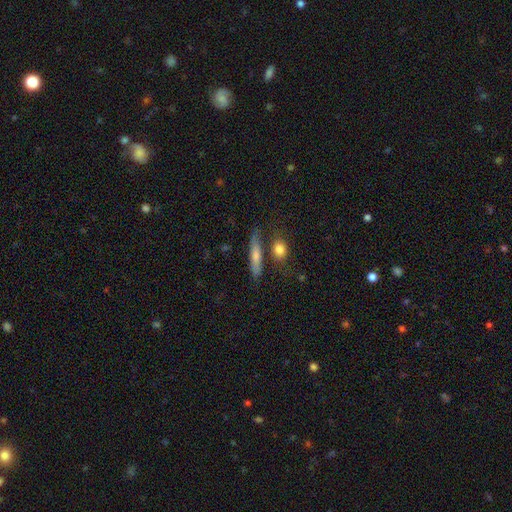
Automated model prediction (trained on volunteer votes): Overall: smooth (55%; featured or disk 37%). How rounded: cigar-shaped (82%). Merging: none (73%).